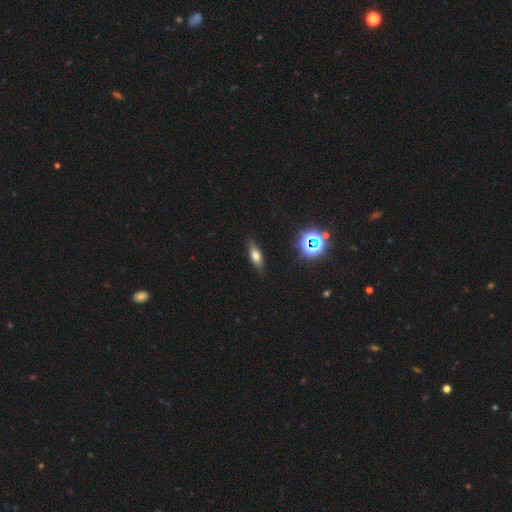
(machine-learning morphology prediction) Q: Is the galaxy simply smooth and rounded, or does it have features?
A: smooth — 62%.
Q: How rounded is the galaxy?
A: in between — 59%.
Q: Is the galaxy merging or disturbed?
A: none — 84%.